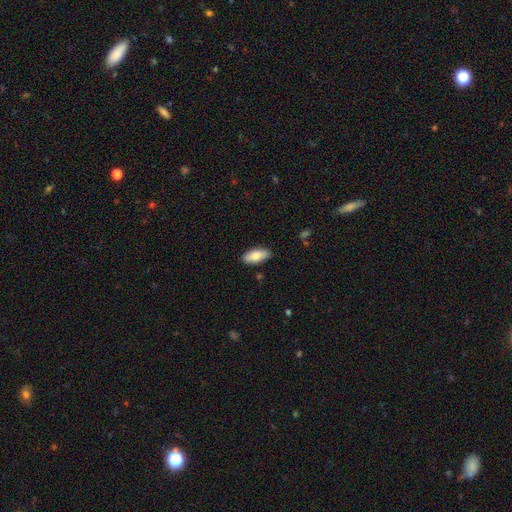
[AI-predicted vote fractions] smooth 83%, featured or disk 11%, star or artifact 6%. Down the decision tree: how rounded — in between (85%); merging — none (87%).